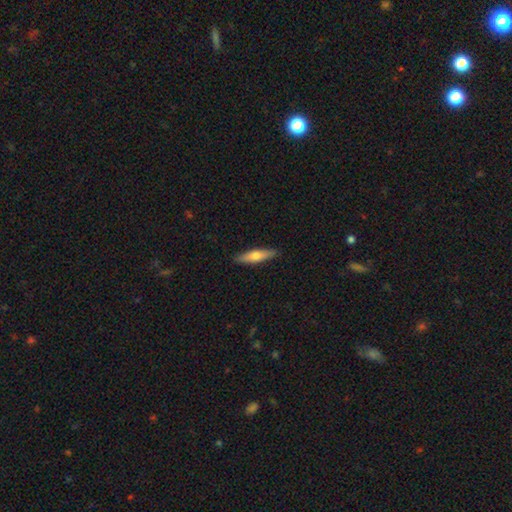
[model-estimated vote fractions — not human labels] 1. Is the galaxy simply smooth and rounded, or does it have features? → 61% smooth, 33% featured or disk, 5% star or artifact.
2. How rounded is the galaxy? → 78% cigar-shaped, 21% in between, 2% round.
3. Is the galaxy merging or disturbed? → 90% none, 7% minor disturbance, 2% major disturbance, 1% merger.